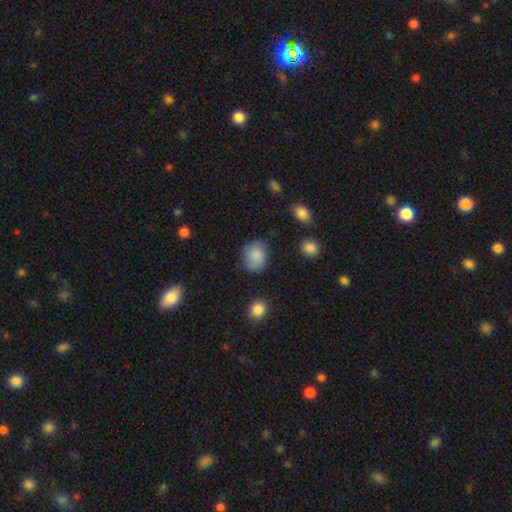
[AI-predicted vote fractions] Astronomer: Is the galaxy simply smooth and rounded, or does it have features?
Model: smooth — 85%.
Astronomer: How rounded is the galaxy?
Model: round — 63%.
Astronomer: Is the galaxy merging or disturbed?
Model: none — 75%.